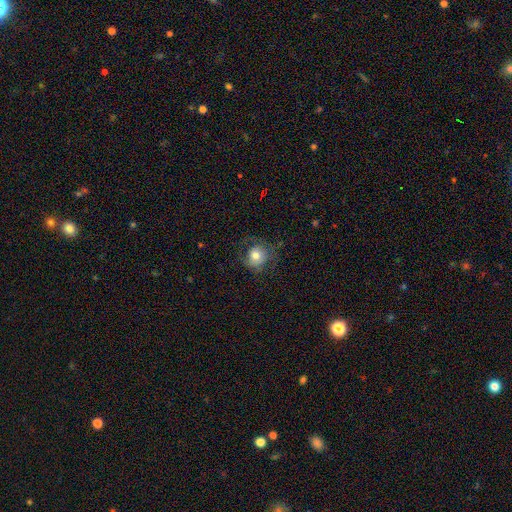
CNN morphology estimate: Smooth or featured: smooth — 63% (featured or disk — 28%)
How rounded: round — 84% (in between — 15%)
Merging: none — 61% (minor disturbance — 19%)